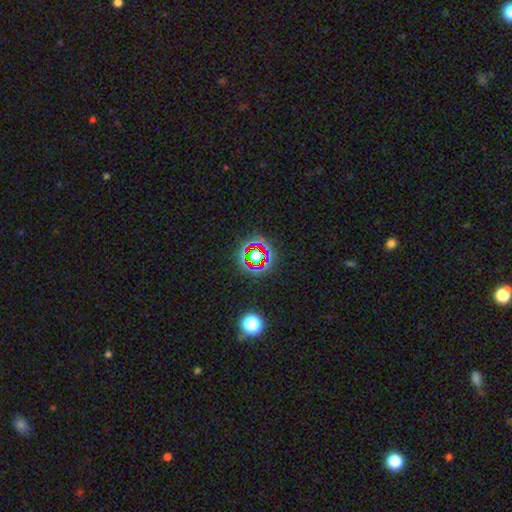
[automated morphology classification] A star or artifact, not a galaxy (62%).